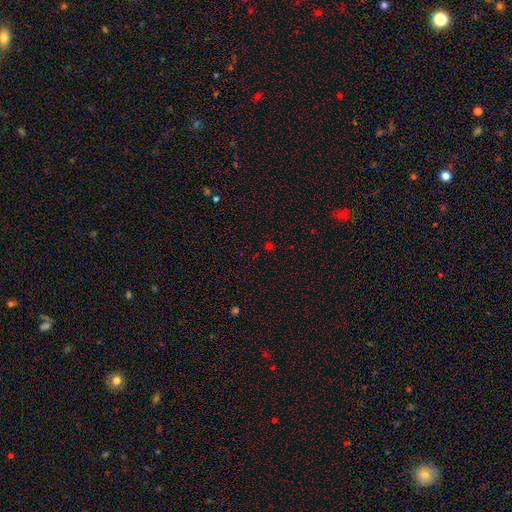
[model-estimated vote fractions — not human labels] Smooth or featured: star or artifact — 55% (smooth — 39%)